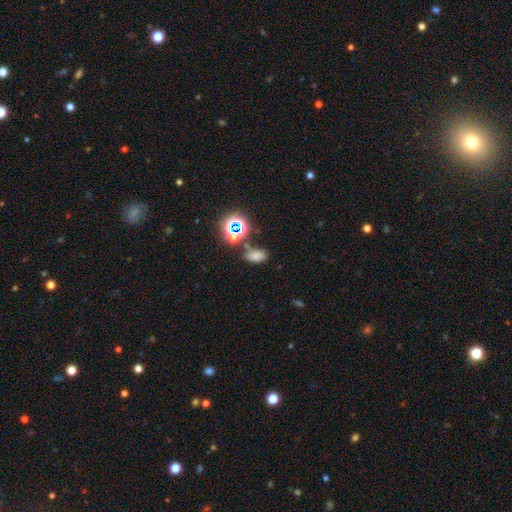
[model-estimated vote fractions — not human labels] A smooth galaxy with no disk features (67%) that is in between round and cigar-shaped (88%). Merging: none (68%).